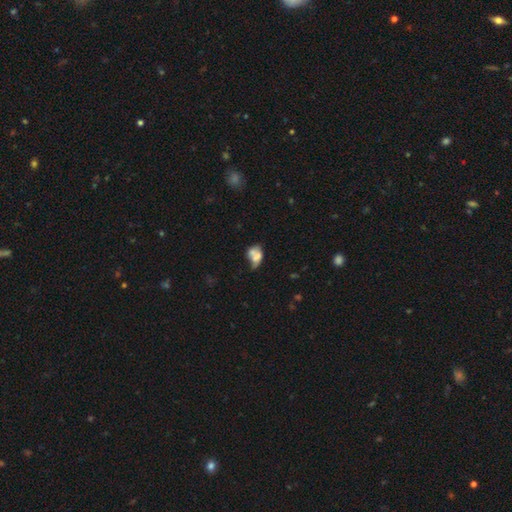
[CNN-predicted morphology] A smooth galaxy with no disk features (61%) that is in between round and cigar-shaped (74%). Merging: merger (47%).